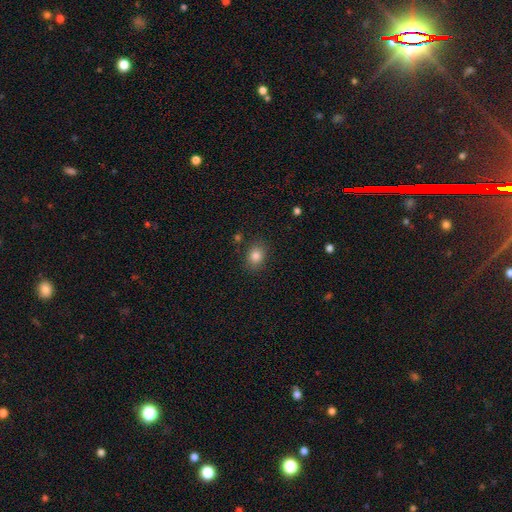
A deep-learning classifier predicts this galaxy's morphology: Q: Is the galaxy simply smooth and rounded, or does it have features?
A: smooth — 83%.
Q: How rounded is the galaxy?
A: in between — 52%.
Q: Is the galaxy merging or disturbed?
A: none — 84%.